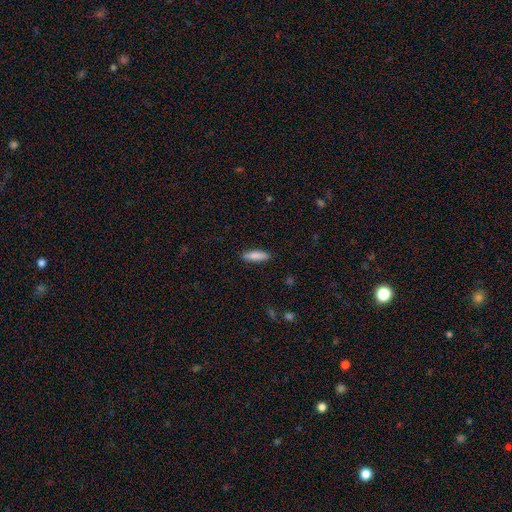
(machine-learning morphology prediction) Q: Smooth or featured?
A: smooth (85%); runner-up: featured or disk (9%)
Q: How rounded?
A: cigar-shaped (62%); runner-up: in between (36%)
Q: Merging?
A: none (88%); runner-up: minor disturbance (8%)